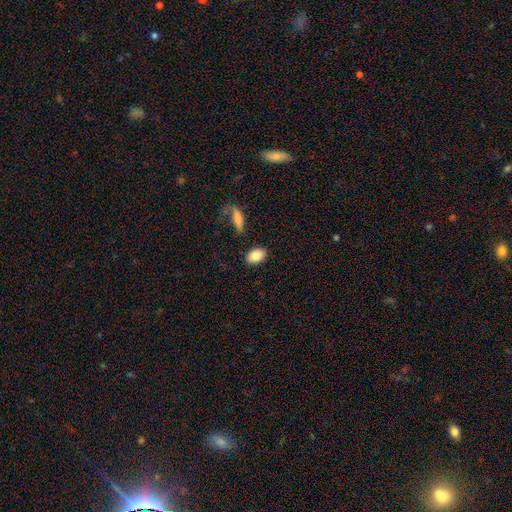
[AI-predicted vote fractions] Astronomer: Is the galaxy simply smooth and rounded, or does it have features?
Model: smooth — 85%.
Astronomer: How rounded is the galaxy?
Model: in between — 87%.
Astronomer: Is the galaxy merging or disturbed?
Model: none — 85%.